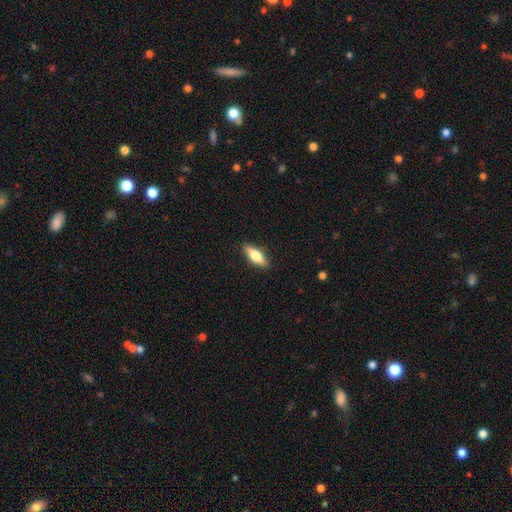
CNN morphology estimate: smooth 52%, featured or disk 42%, star or artifact 6%. Down the decision tree: how rounded — in between (56%); merging — none (88%).